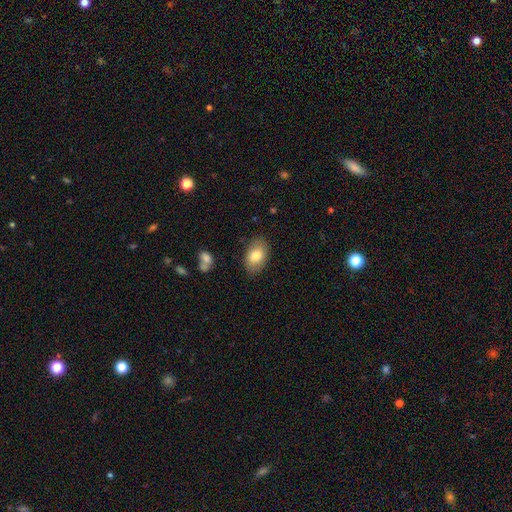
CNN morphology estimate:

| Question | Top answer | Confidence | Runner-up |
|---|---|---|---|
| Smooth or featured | smooth | 79% | featured or disk (14%) |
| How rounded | in between | 88% | round (10%) |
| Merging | none | 84% | minor disturbance (12%) |